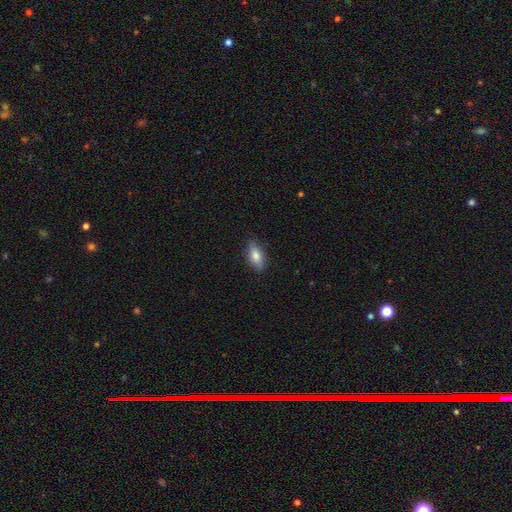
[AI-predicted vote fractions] smooth 76%, featured or disk 17%, star or artifact 7%. Down the decision tree: how rounded — in between (82%); merging — none (82%).